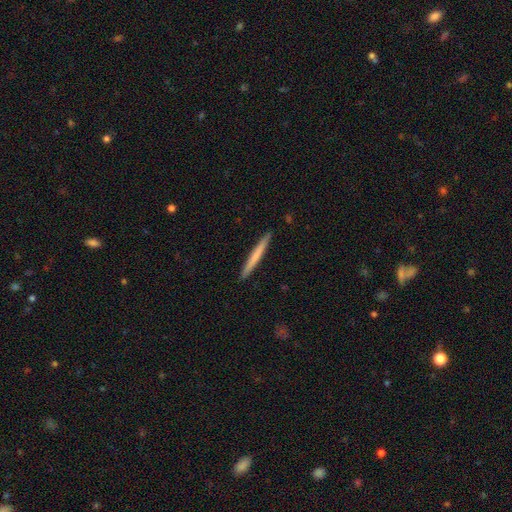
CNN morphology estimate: Smooth or featured?
  - smooth: 62% *
  - featured or disk: 33%
  - star or artifact: 5%
How rounded?
  - cigar-shaped: 97% *
  - in between: 2%
  - round: 1%
Merging?
  - none: 93% *
  - minor disturbance: 5%
  - major disturbance: 1%
  - merger: 1%